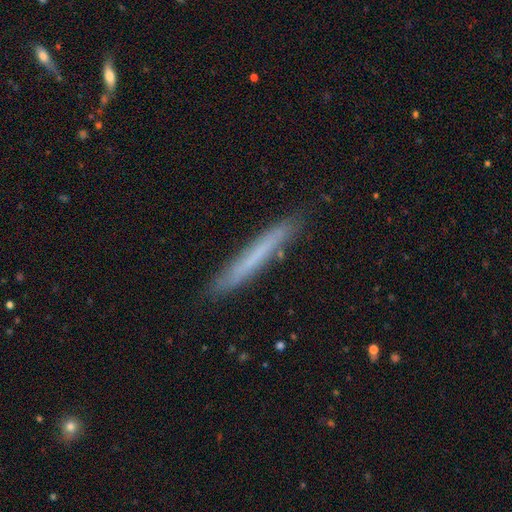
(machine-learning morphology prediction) Overall: smooth (56%; featured or disk 36%). How rounded: cigar-shaped (96%). Merging: none (86%).